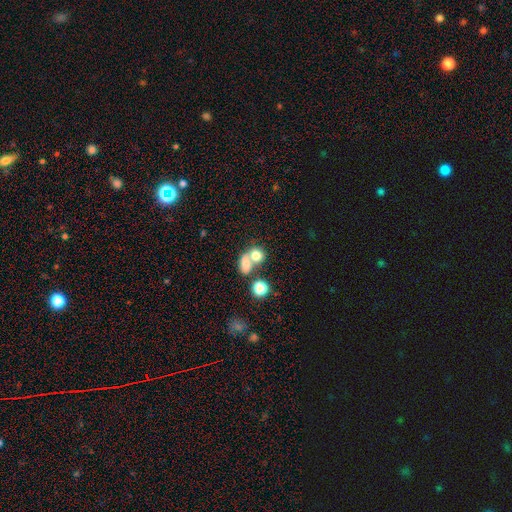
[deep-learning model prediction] smooth-or-featured: smooth: 74% | featured or disk: 14% | star or artifact: 12%
  how-rounded: round: 58% | in between: 40% | cigar-shaped: 2%
  merging: merger: 59% | none: 28% | minor disturbance: 7% | major disturbance: 6%